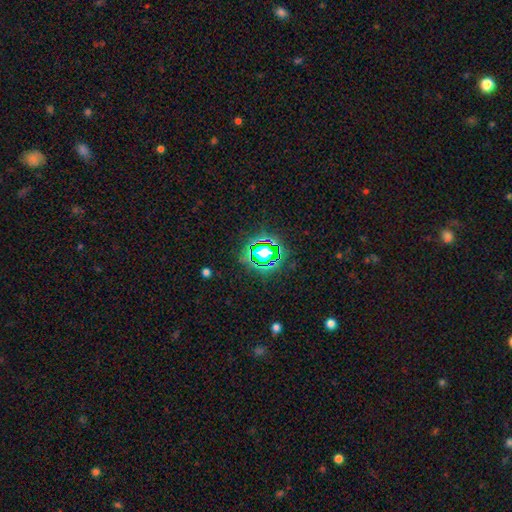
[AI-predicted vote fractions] A star or artifact, not a galaxy (76%).

Vote fractions:
- Smooth or featured? star or artifact: 76% / smooth: 16% / featured or disk: 8%